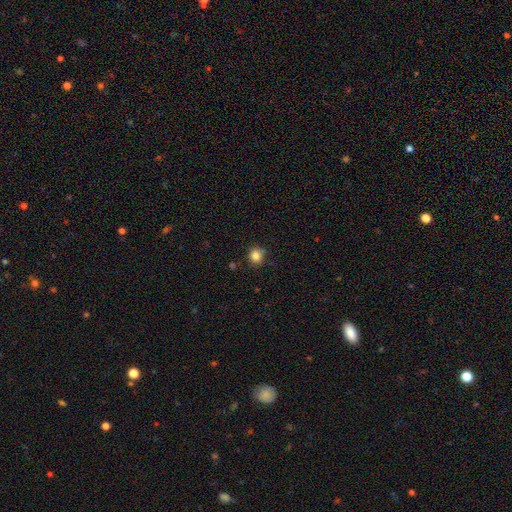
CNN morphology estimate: smooth-or-featured: smooth: 84% | star or artifact: 12% | featured or disk: 5%
  how-rounded: round: 86% | in between: 13% | cigar-shaped: 1%
  merging: none: 79% | minor disturbance: 15% | major disturbance: 3% | merger: 2%